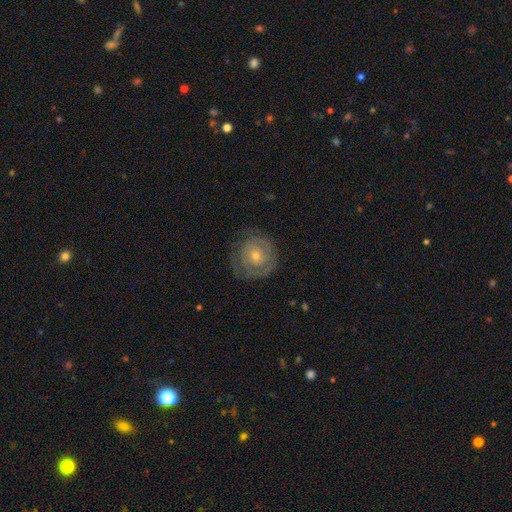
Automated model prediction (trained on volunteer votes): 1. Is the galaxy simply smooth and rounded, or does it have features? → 71% featured or disk, 22% smooth, 7% star or artifact.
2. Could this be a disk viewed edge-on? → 97% no, 3% yes.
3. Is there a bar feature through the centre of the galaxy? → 77% no, 19% weak, 4% strong.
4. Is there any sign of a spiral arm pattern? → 81% yes, 19% no.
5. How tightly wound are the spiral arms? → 76% tight, 18% medium, 6% loose.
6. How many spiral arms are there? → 38% 2 (tied), 38% can't tell (tied), 9% 3, 8% 1, 4% 4, 3% more than 4.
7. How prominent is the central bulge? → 54% small, 41% moderate, 2% large, 1% none, 1% dominant.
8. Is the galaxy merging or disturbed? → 77% none, 15% minor disturbance, 7% major disturbance, 1% merger.